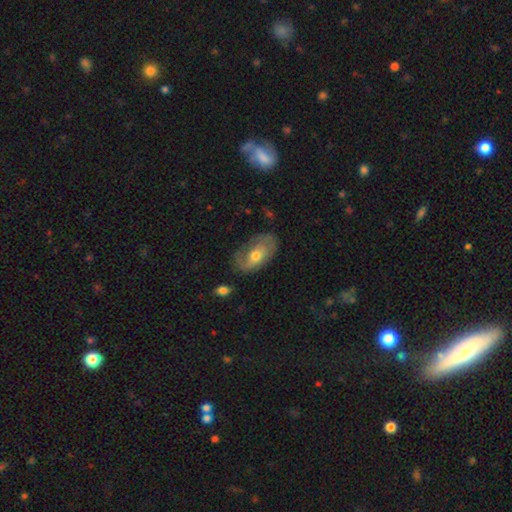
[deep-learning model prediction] Smooth or featured? featured or disk (53%)
Edge-on disk? no (92%)
Merging? none (63%)